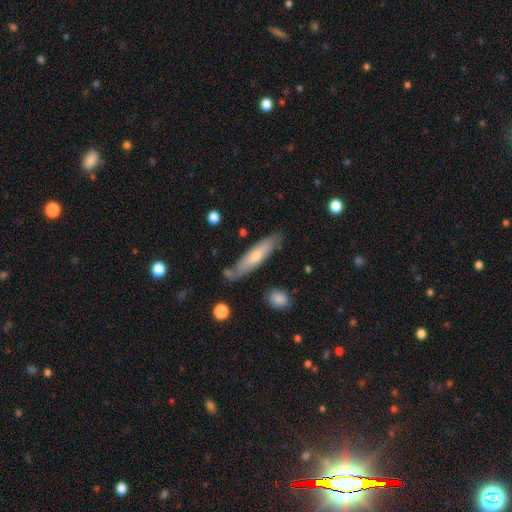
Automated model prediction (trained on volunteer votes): smooth 54%, featured or disk 40%, star or artifact 6%. Down the decision tree: how rounded — cigar-shaped (76%); merging — none (74%).